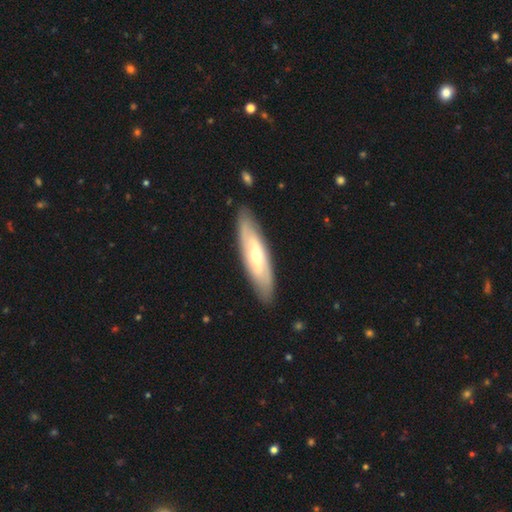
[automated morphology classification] This appears to be a featured or disk galaxy (62%). Merging: none (86%).